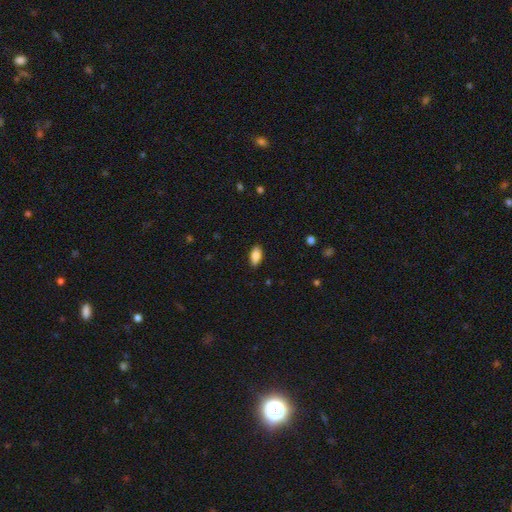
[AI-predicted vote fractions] This appears to be a smooth galaxy with no disk features (87%) that is in between round and cigar-shaped (92%). Merging: none (88%).